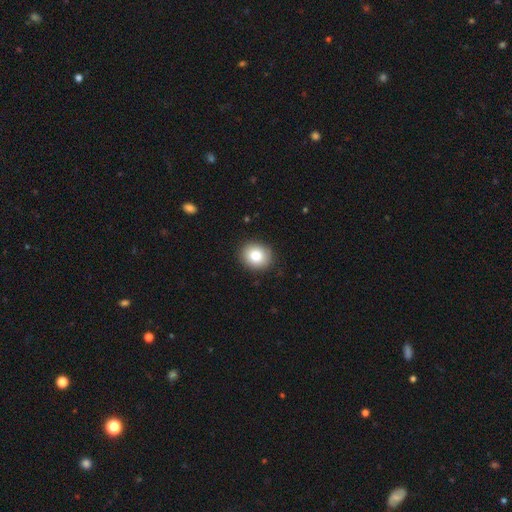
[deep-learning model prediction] A smooth galaxy with no disk features (83%) that is round (71%).

Vote fractions:
- Smooth or featured? smooth: 83% / star or artifact: 9% / featured or disk: 8%
- How rounded? round: 71% / in between: 29% / cigar-shaped: 1%
- Merging? none: 90% / minor disturbance: 7% / major disturbance: 2% / merger: 1%